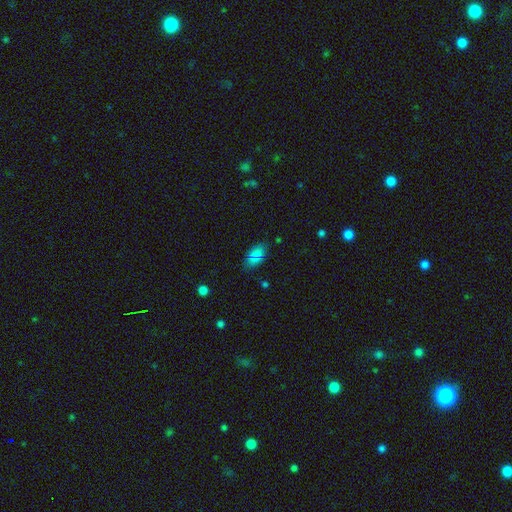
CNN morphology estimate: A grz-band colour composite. It shows a smooth galaxy with no disk features (77%) that is in between round and cigar-shaped (90%). Merging: none (75%).